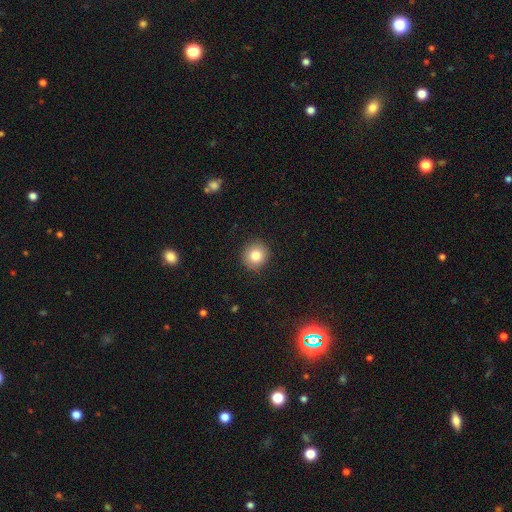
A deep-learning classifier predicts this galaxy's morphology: smooth-or-featured: smooth: 82% | star or artifact: 10% | featured or disk: 8%
  how-rounded: round: 92% | in between: 7% | cigar-shaped: 1%
  merging: none: 91% | minor disturbance: 6% | major disturbance: 2% | merger: 1%